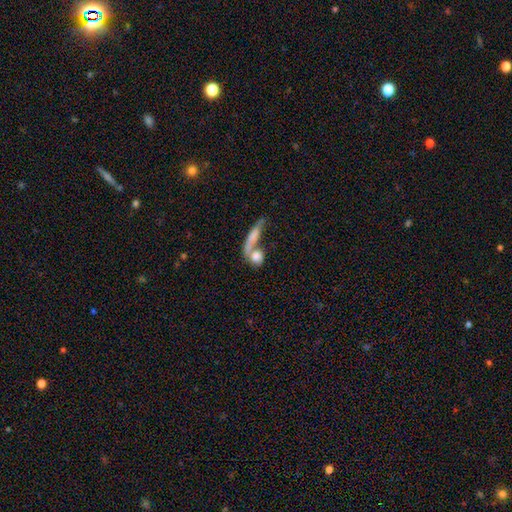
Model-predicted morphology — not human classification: smooth_or_featured: smooth (p=0.68) [alt: featured or disk p=0.24]
how_rounded: round (p=0.51) [alt: in between p=0.31]
merging: merger (p=0.50) [alt: none p=0.31]